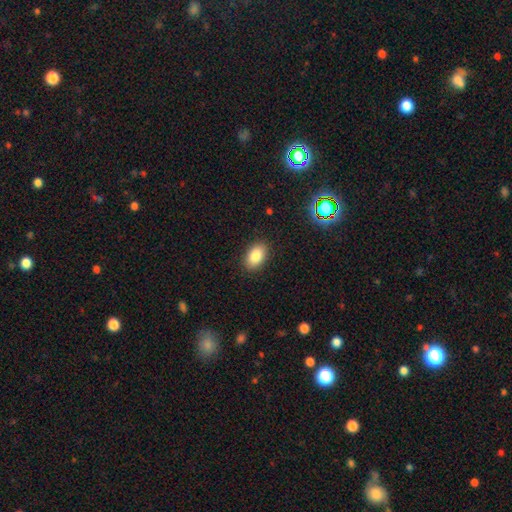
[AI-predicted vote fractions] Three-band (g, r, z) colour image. It shows a smooth galaxy with no disk features (84%) that is in between round and cigar-shaped (88%). Merging: none (88%).